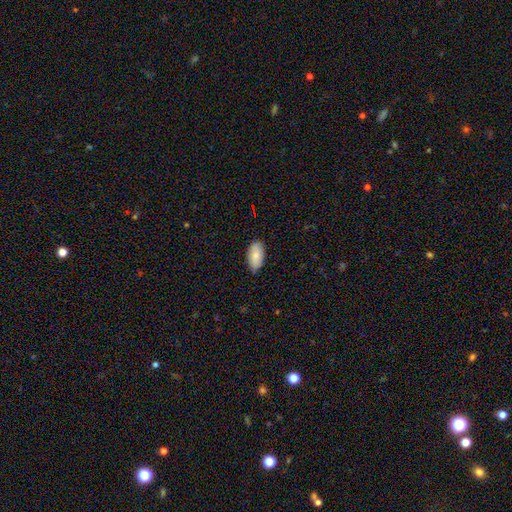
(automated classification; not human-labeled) Smooth or featured: smooth — 81% (featured or disk — 12%)
How rounded: in between — 94% (cigar-shaped — 3%)
Merging: none — 81% (minor disturbance — 15%)